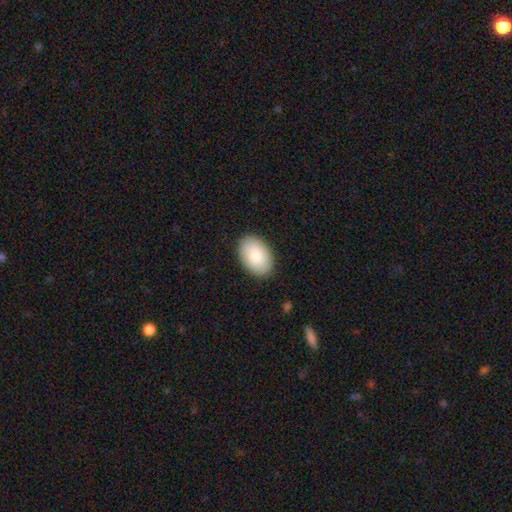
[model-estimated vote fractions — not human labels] Morphology: type=smooth (88%); roundness=in between (91%); merging=none (89%).